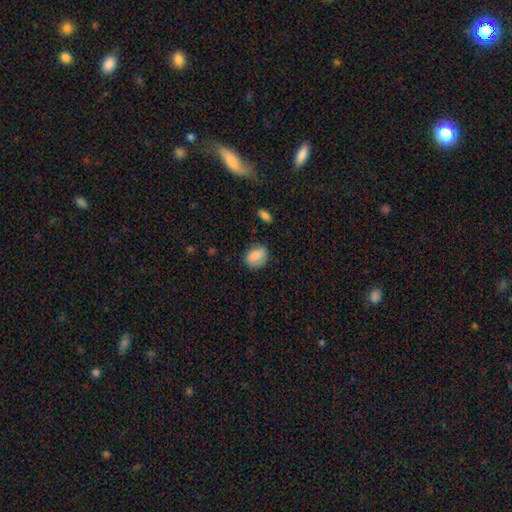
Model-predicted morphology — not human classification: smooth-or-featured: smooth: 79% | featured or disk: 13% | star or artifact: 8%
  how-rounded: in between: 68% | round: 30% | cigar-shaped: 2%
  merging: none: 72% | minor disturbance: 21% | major disturbance: 5% | merger: 2%